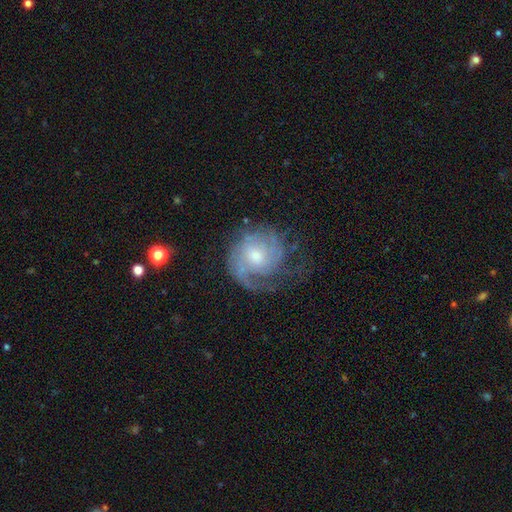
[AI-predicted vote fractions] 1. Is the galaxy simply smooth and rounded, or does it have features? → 82% featured or disk, 12% smooth, 6% star or artifact.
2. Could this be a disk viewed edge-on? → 98% no, 2% yes.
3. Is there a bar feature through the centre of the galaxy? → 61% no, 34% weak, 5% strong.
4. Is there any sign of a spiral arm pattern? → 94% yes, 6% no.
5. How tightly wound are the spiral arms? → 50% tight, 36% medium, 14% loose.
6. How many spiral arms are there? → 34% 2, 25% can't tell, 20% 1, 12% 3, 5% 4, 4% more than 4.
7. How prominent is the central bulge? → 52% moderate, 39% small, 5% large, 3% none, 1% dominant.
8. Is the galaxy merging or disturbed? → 61% none, 20% minor disturbance, 18% major disturbance, 2% merger.